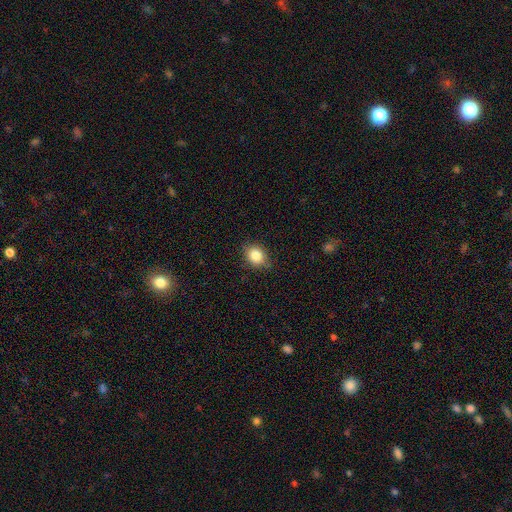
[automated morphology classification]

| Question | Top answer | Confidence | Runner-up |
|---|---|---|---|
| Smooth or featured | smooth | 84% | star or artifact (9%) |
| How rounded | in between | 59% | round (40%) |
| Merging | none | 84% | minor disturbance (12%) |